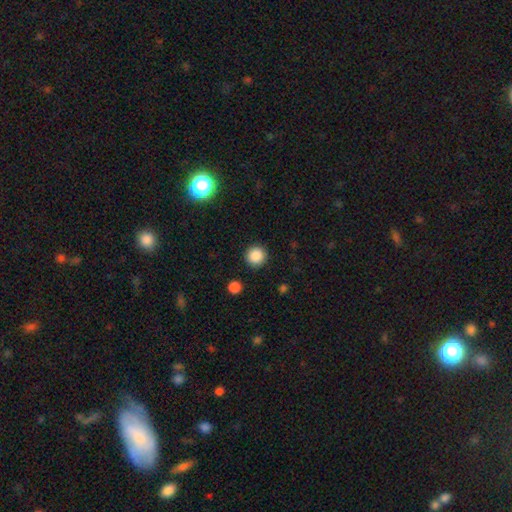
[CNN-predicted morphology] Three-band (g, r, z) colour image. It shows a smooth galaxy with no disk features (86%) that is round (95%). Merging: none (92%).